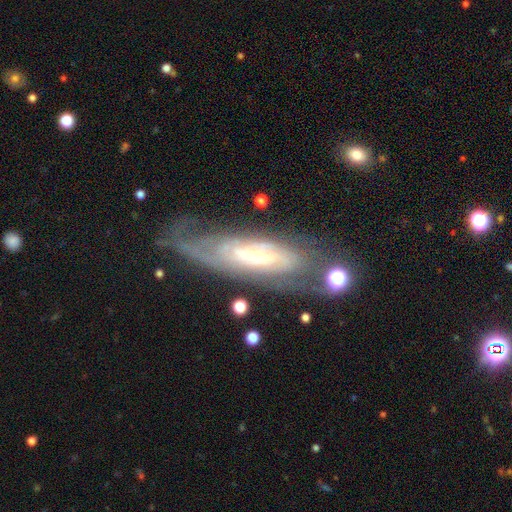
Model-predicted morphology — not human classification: Smooth or featured? Predicted: featured or disk (p=0.80). Edge-on disk? Predicted: no (p=0.80). Bar? Predicted: no (p=0.55). Spiral arms? Predicted: yes (p=0.86). Spiral winding? Predicted: tight (p=0.65). Spiral arm count? Predicted: can't tell (p=0.57). Bulge size? Predicted: small (p=0.55). Merging? Predicted: none (p=0.62).